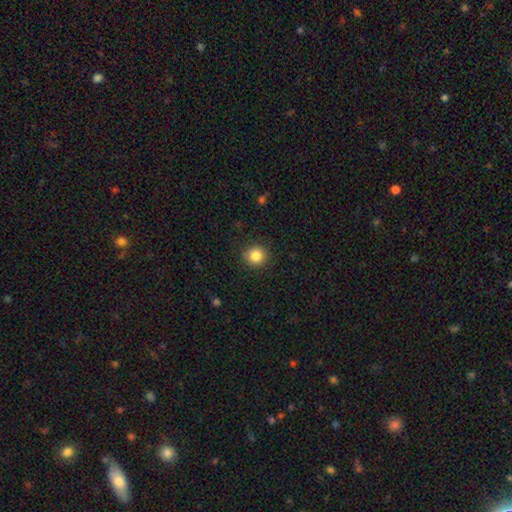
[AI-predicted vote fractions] Smooth or featured?
  - smooth: 85% *
  - star or artifact: 10%
  - featured or disk: 5%
How rounded?
  - round: 92% *
  - in between: 7%
  - cigar-shaped: 1%
Merging?
  - none: 90% *
  - minor disturbance: 7%
  - major disturbance: 2%
  - merger: 1%